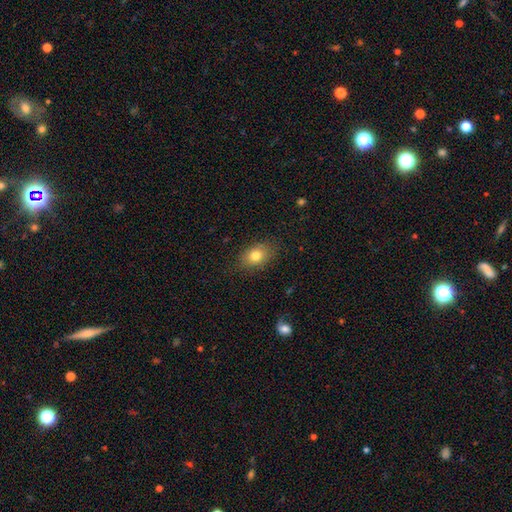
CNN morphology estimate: The model was most divided on "how rounded": in between: 72%, round: 26%, cigar-shaped: 2%. More confident: merging — none (82%); smooth or featured — smooth (79%).